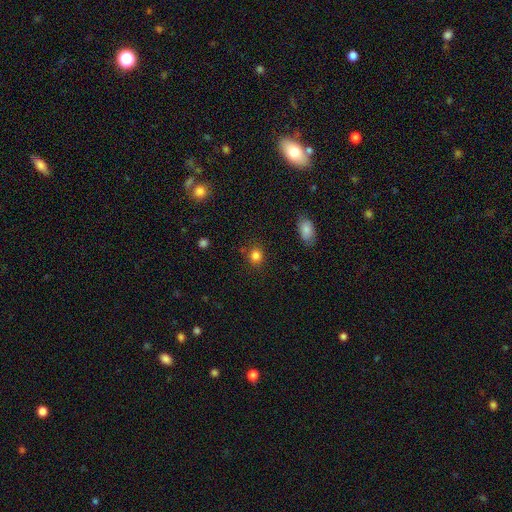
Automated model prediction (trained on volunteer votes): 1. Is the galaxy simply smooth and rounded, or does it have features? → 84% smooth, 12% star or artifact, 5% featured or disk.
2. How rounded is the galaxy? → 81% round, 18% in between, 1% cigar-shaped.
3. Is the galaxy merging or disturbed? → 85% none, 9% minor disturbance, 3% major disturbance, 3% merger.